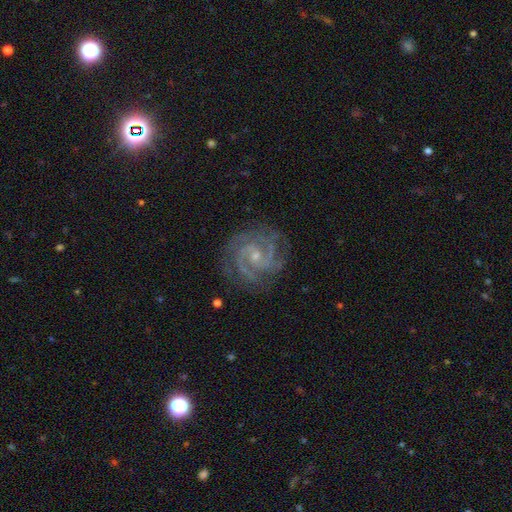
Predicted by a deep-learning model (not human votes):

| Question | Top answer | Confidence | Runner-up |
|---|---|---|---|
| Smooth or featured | featured or disk | 92% | star or artifact (5%) |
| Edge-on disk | no | 98% | yes (2%) |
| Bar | no | 53% | weak (37%) |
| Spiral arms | yes | 98% | no (2%) |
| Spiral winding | tight | 59% | medium (37%) |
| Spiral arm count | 2 | 50% | 3 (29%) |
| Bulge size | small | 69% | moderate (26%) |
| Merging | none | 79% | minor disturbance (15%) |